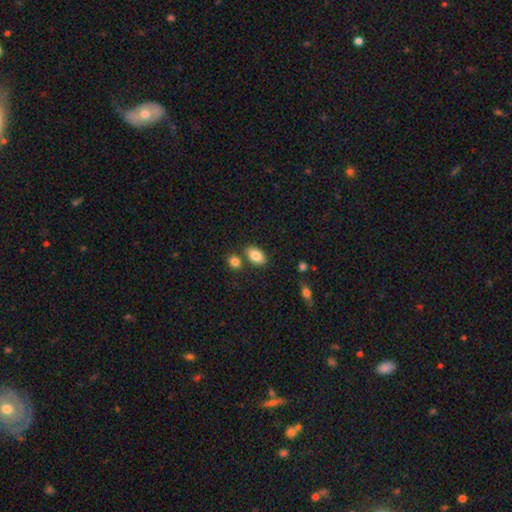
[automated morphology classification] smooth 84%, featured or disk 9%, star or artifact 7%. Down the decision tree: how rounded — in between (91%); merging — none (76%).